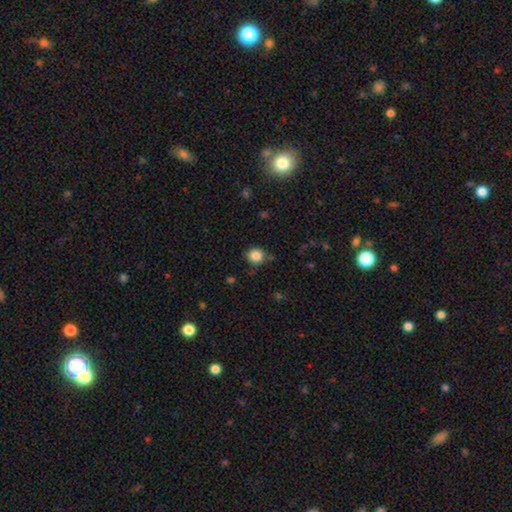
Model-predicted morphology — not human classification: This appears to be a smooth galaxy with no disk features (85%) that is round (90%). Merging: none (81%).